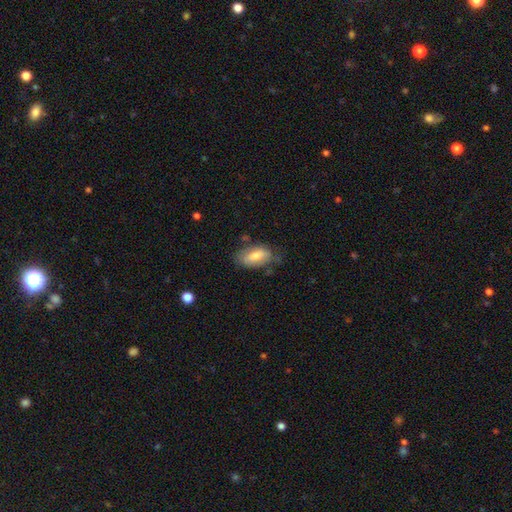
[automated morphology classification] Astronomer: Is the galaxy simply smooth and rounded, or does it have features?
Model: smooth — 65%.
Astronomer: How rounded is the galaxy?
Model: in between — 90%.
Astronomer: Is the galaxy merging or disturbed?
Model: none — 63%.